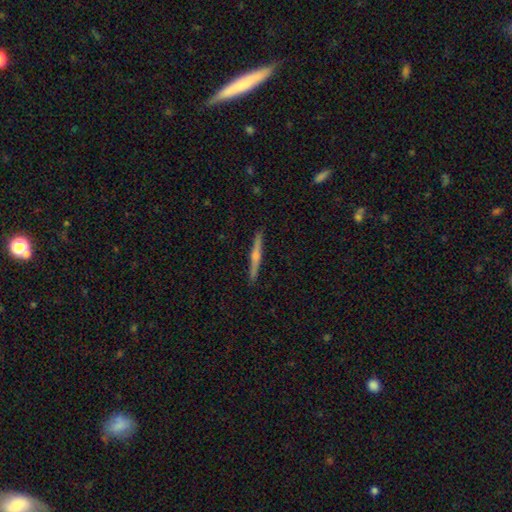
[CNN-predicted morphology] Smooth or featured? featured or disk (62%)
Edge-on disk? yes (98%)
Edge-on bulge? rounded (76%)
Merging? none (92%)